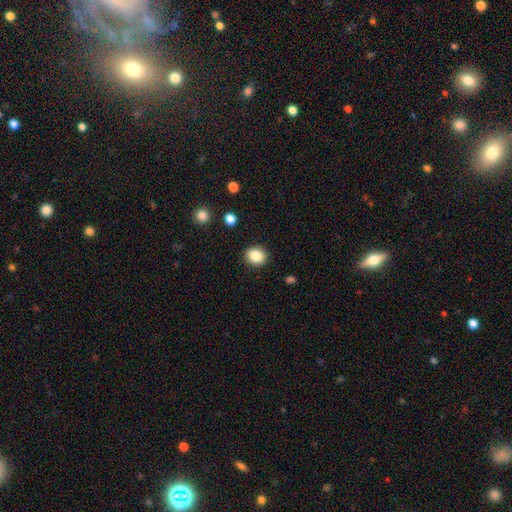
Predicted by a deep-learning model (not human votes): smooth-or-featured: smooth: 86% | star or artifact: 9% | featured or disk: 5%
  how-rounded: round: 67% | in between: 32% | cigar-shaped: 1%
  merging: none: 90% | minor disturbance: 7% | major disturbance: 2% | merger: 1%